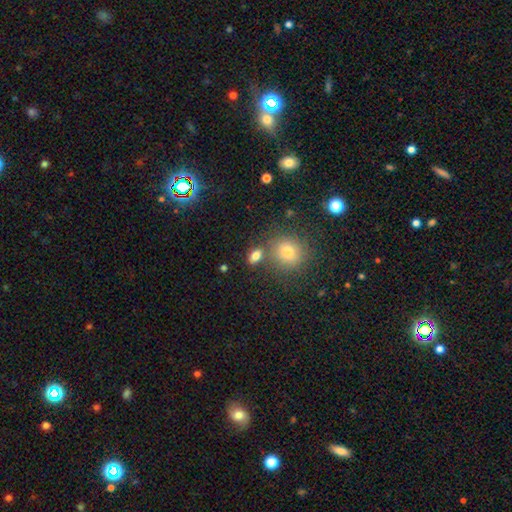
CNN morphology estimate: Smooth or featured?
  - smooth: 78% *
  - star or artifact: 13%
  - featured or disk: 9%
How rounded?
  - in between: 76% *
  - round: 20%
  - cigar-shaped: 4%
Merging?
  - none: 67% *
  - merger: 16%
  - minor disturbance: 12%
  - major disturbance: 5%